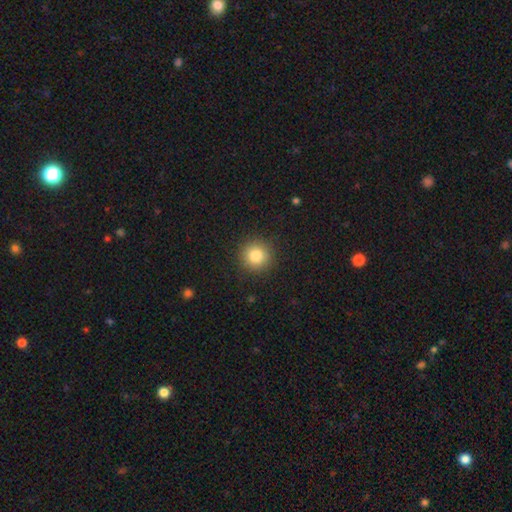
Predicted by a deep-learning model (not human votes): A smooth galaxy with no disk features (83%) that is round (94%).

Vote fractions:
- Smooth or featured? smooth: 83% / star or artifact: 11% / featured or disk: 6%
- How rounded? round: 94% / in between: 5% / cigar-shaped: 1%
- Merging? none: 91% / minor disturbance: 6% / major disturbance: 2% / merger: 1%